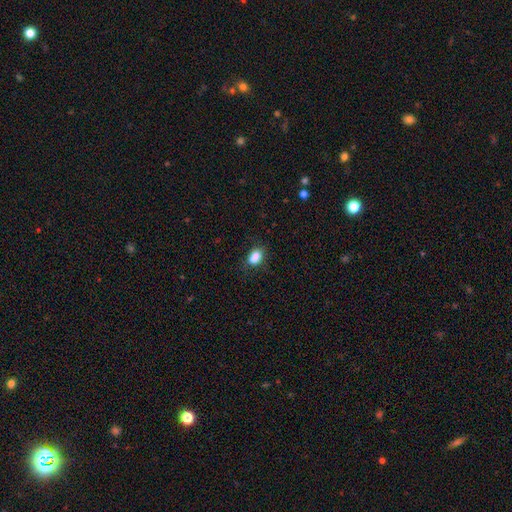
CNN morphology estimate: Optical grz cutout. It shows a smooth galaxy with no disk features (83%) that is in between round and cigar-shaped (78%). Merging: none (63%).